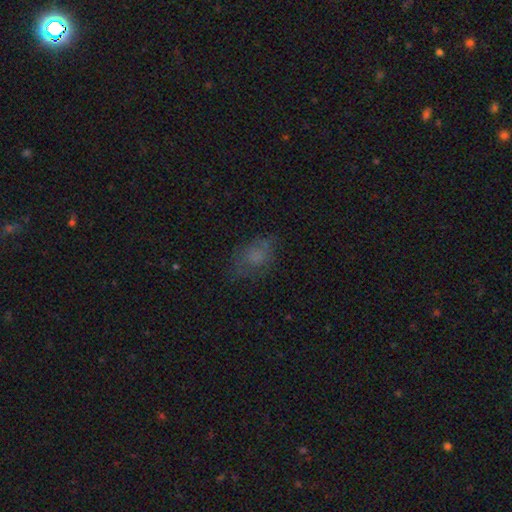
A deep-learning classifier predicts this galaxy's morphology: Smooth or featured: smooth — 60% (featured or disk — 21%)
How rounded: in between — 77% (round — 20%)
Merging: none — 60% (minor disturbance — 23%)